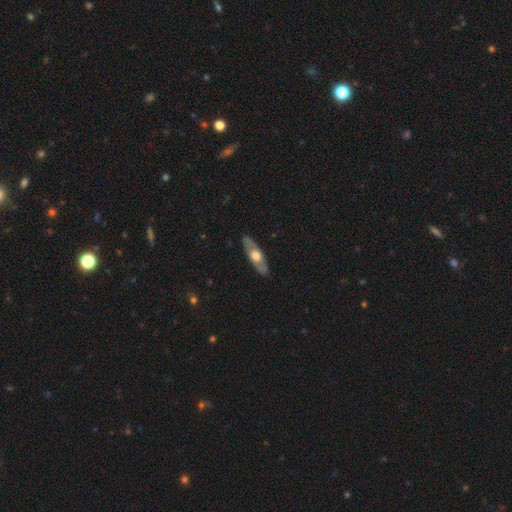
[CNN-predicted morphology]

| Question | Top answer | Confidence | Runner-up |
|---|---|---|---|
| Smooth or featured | featured or disk | 54% | smooth (41%) |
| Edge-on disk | no | 53% | yes (47%) |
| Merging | none | 87% | minor disturbance (9%) |